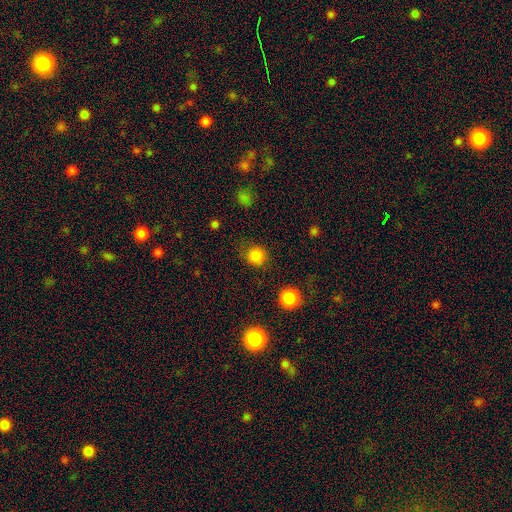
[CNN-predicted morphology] A smooth galaxy with no disk features (84%) that is round (90%).

Vote fractions:
- Smooth or featured? smooth: 84% / star or artifact: 12% / featured or disk: 4%
- How rounded? round: 90% / in between: 9% / cigar-shaped: 1%
- Merging? none: 82% / minor disturbance: 12% / major disturbance: 4% / merger: 2%